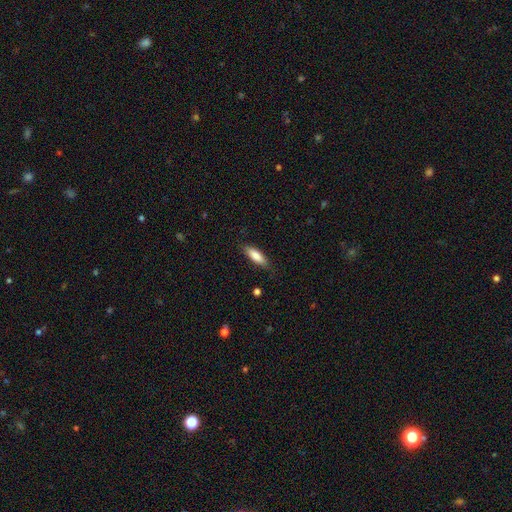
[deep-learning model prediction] smooth_or_featured: smooth (p=0.80) [alt: featured or disk p=0.14]
how_rounded: in between (p=0.54) [alt: cigar-shaped p=0.45]
merging: none (p=0.83) [alt: minor disturbance p=0.14]